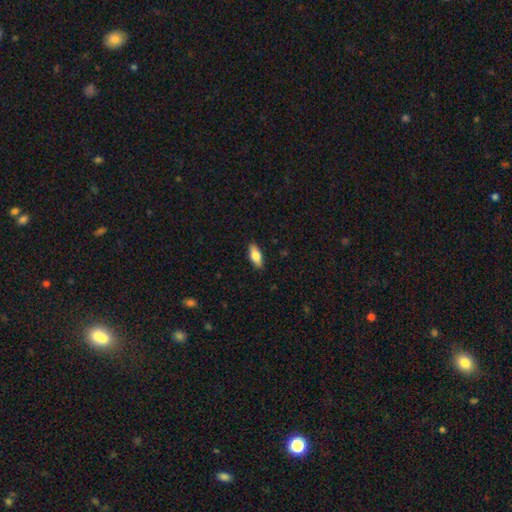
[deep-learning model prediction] Smooth or featured? Predicted: smooth (p=0.74). How rounded? Predicted: in between (p=0.75). Merging? Predicted: none (p=0.88).